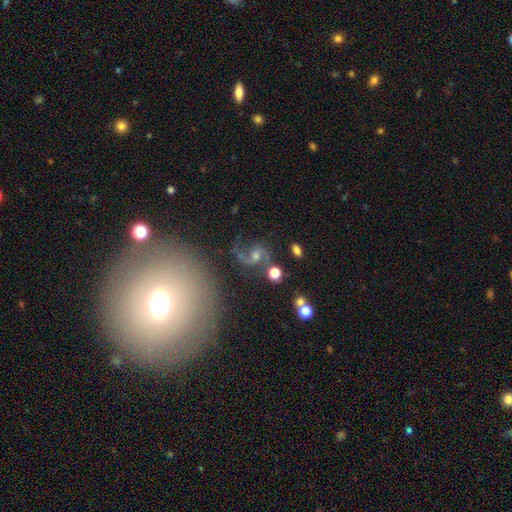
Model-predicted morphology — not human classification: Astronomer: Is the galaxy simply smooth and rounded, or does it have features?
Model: featured or disk — 75%.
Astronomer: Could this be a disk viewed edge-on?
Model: no — 97%.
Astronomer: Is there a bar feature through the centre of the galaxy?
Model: no — 50% (runner-up: weak, 39%).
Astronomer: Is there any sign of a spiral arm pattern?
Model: yes — 93%.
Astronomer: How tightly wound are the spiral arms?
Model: loose — 57% (runner-up: medium, 35%).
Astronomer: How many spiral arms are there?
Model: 2 — 87%.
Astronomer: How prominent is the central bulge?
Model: moderate — 51% (runner-up: small, 33%).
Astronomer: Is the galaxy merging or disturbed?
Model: none — 61%.